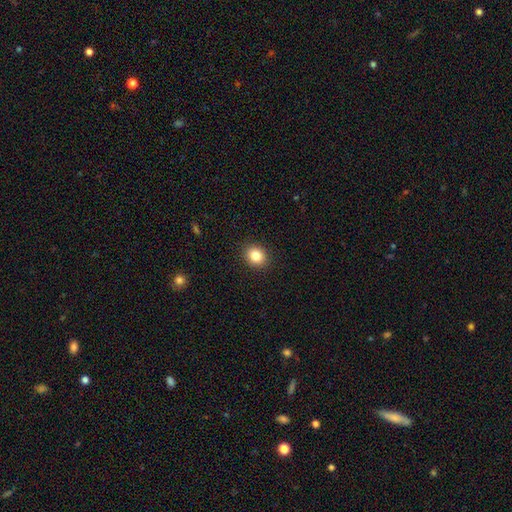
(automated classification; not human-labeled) Morphology: type=smooth (84%); roundness=round (70%); merging=none (91%).